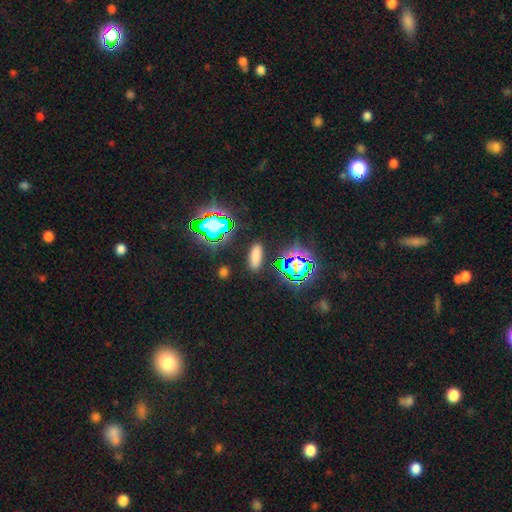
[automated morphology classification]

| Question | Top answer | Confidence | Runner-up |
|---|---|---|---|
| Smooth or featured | smooth | 67% | star or artifact (26%) |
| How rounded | in between | 67% | cigar-shaped (28%) |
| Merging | none | 89% | minor disturbance (7%) |